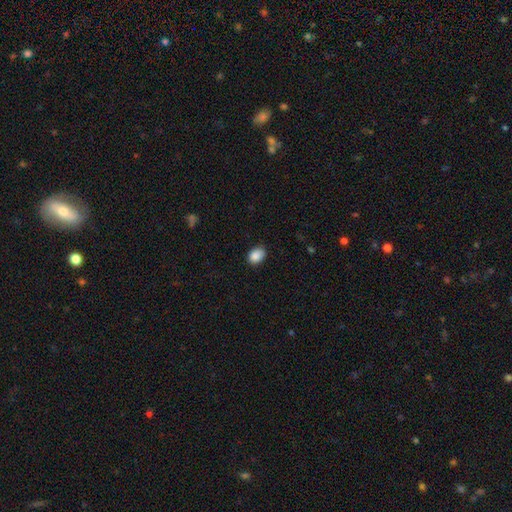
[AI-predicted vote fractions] Overall: smooth (88%). How rounded: in between (71%). Merging: none (83%).